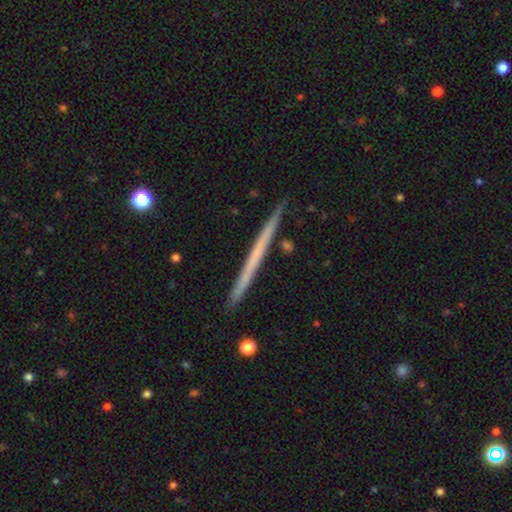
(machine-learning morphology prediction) Smooth or featured? featured or disk (53%)
Edge-on disk? yes (98%)
Edge-on bulge? none (94%)
Merging? none (91%)